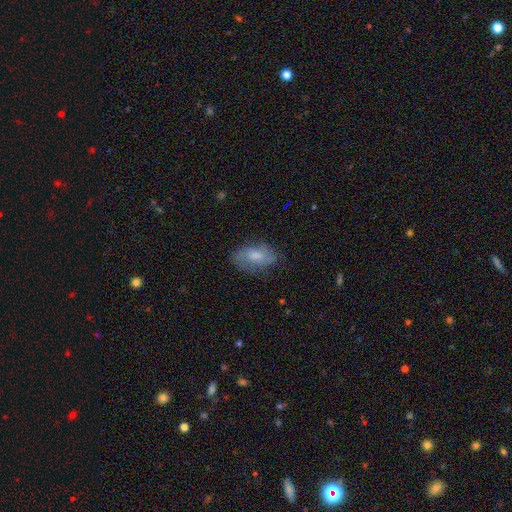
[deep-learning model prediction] smooth-or-featured: smooth: 50% | featured or disk: 40% | star or artifact: 11%
  merging: none: 71% | minor disturbance: 21% | major disturbance: 7% | merger: 1%